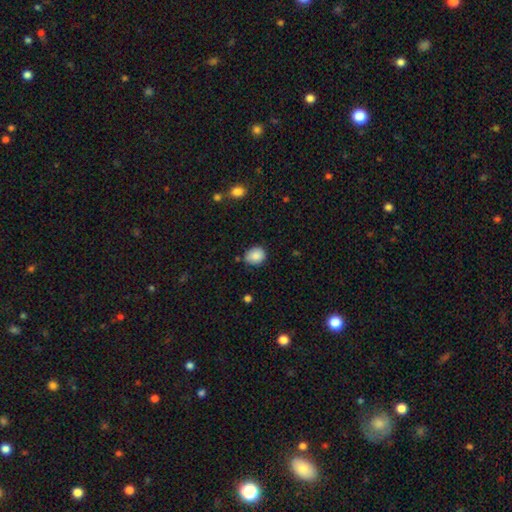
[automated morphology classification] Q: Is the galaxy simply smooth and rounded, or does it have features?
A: smooth — 85%.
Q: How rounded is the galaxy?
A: round — 68%.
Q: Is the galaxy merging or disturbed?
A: none — 74%.